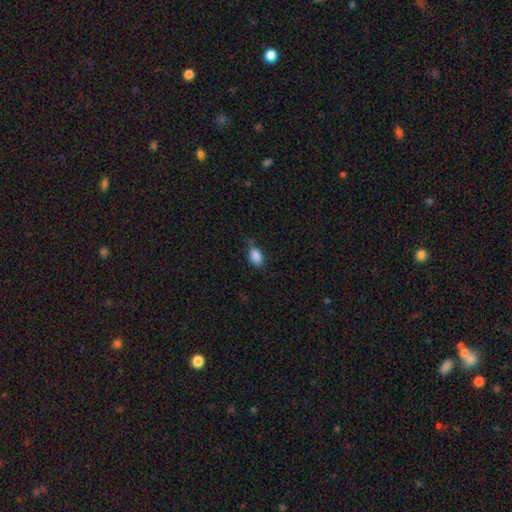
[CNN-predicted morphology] This is clearly a smooth galaxy (86%). How rounded: clearly in between (87%). Merging: likely none (66%).